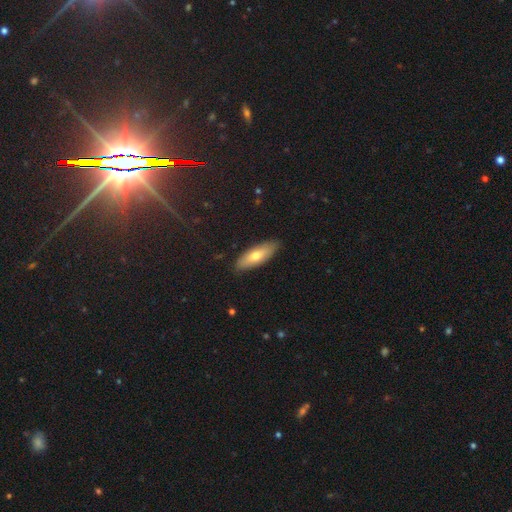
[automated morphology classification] smooth-or-featured: smooth: 67% | featured or disk: 27% | star or artifact: 6%
  how-rounded: in between: 64% | cigar-shaped: 34% | round: 2%
  merging: none: 86% | minor disturbance: 11% | major disturbance: 2% | merger: 1%